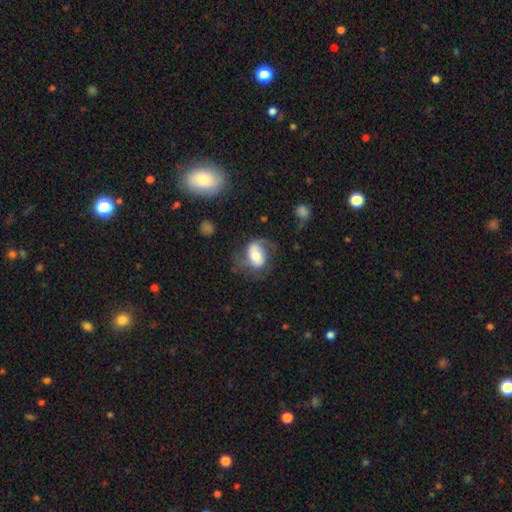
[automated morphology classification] The model was most divided on "smooth or featured" (2-way tie): smooth: 46%, featured or disk: 46%, star or artifact: 7%. Remaining: merging — none (48%).